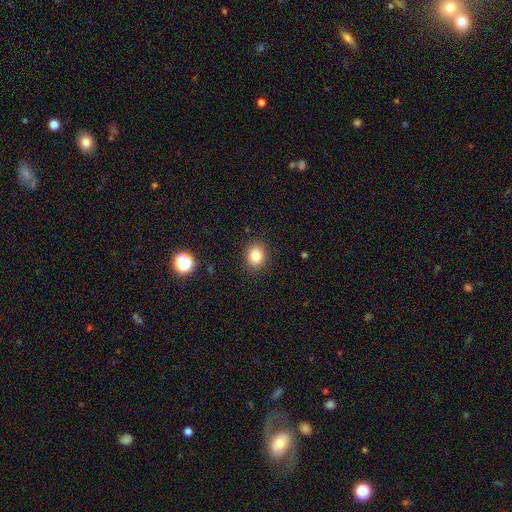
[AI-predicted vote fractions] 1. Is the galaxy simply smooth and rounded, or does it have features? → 82% smooth, 11% star or artifact, 6% featured or disk.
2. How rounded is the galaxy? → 60% round, 39% in between, 1% cigar-shaped.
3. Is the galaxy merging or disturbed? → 89% none, 8% minor disturbance, 2% major disturbance, 1% merger.